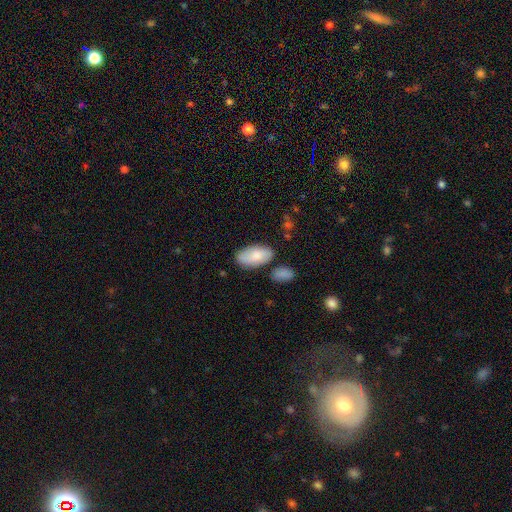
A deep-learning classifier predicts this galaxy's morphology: Smooth or featured: smooth — 77% (featured or disk — 17%)
How rounded: in between — 95% (round — 3%)
Merging: none — 71% (minor disturbance — 18%)